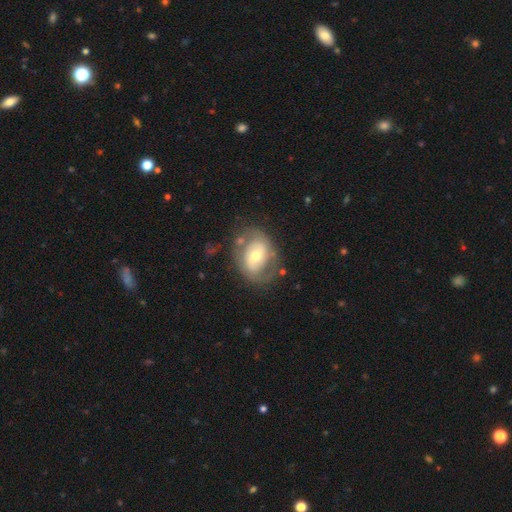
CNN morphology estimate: type=featured or disk (62%); edge-on=no (96%); bar=no (44%); spiral arms=yes (59%); bulge=moderate (65%); merging=none (63%).